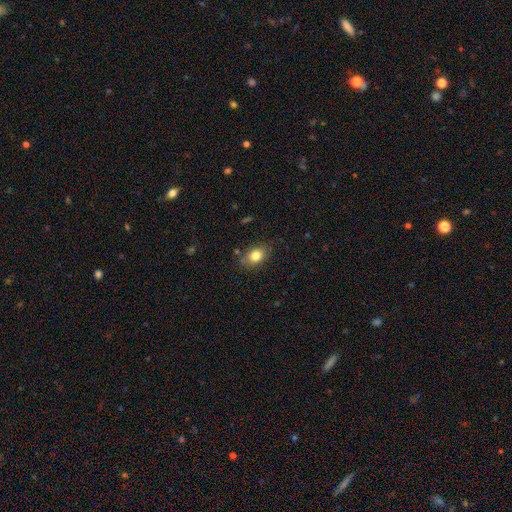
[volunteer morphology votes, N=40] type=smooth (88%); roundness=in between (71%); merging=none (69%).